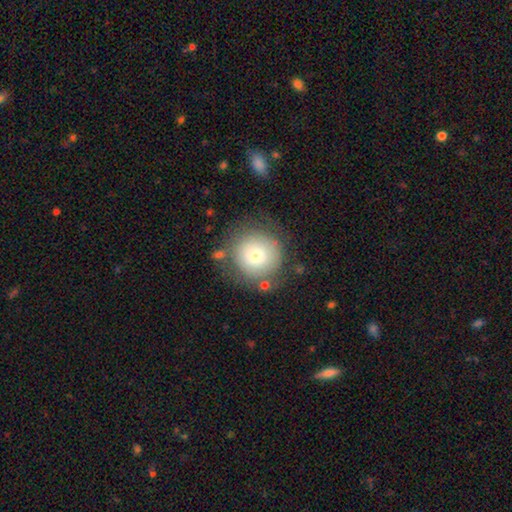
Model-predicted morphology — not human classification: A smooth galaxy with no disk features (72%) that is round (95%). Merging: none (75%).